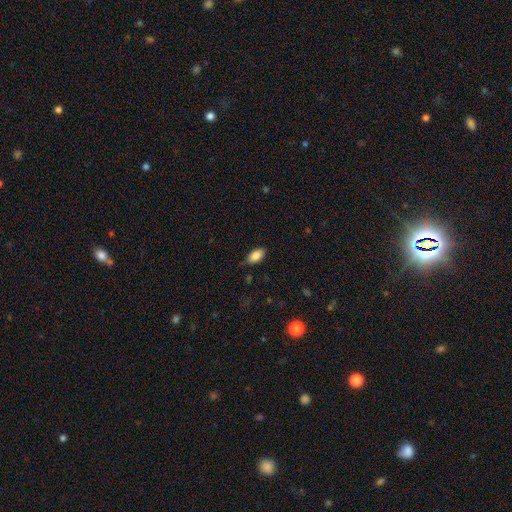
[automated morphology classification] smooth_or_featured: smooth (p=0.86) [alt: star or artifact p=0.08]
how_rounded: in between (p=0.92) [alt: round p=0.04]
merging: none (p=0.82) [alt: minor disturbance p=0.14]